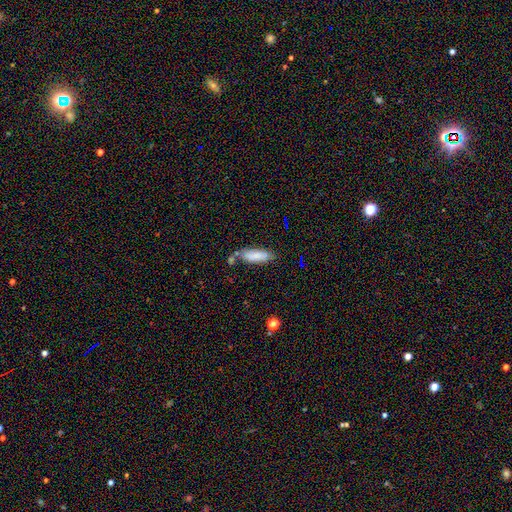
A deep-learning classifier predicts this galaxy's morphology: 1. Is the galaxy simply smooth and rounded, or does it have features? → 83% smooth, 9% featured or disk, 7% star or artifact.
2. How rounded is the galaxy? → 56% in between, 42% cigar-shaped, 2% round.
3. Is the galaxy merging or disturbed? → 67% none, 18% minor disturbance, 11% merger, 4% major disturbance.